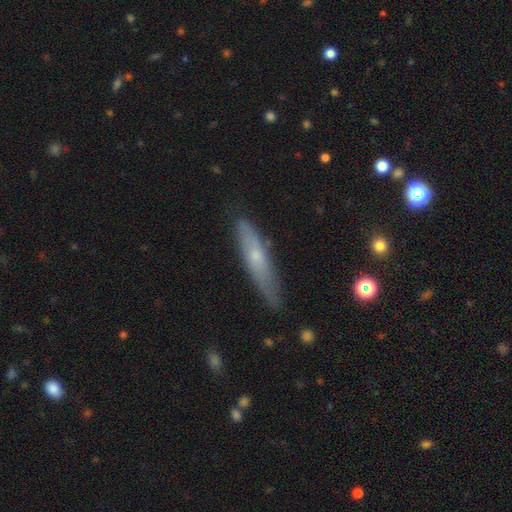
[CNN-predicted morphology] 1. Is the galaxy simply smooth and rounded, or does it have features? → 52% smooth, 41% featured or disk, 7% star or artifact.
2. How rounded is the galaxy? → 84% cigar-shaped, 14% in between, 2% round.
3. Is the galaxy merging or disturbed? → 78% none, 17% minor disturbance, 3% major disturbance, 2% merger.